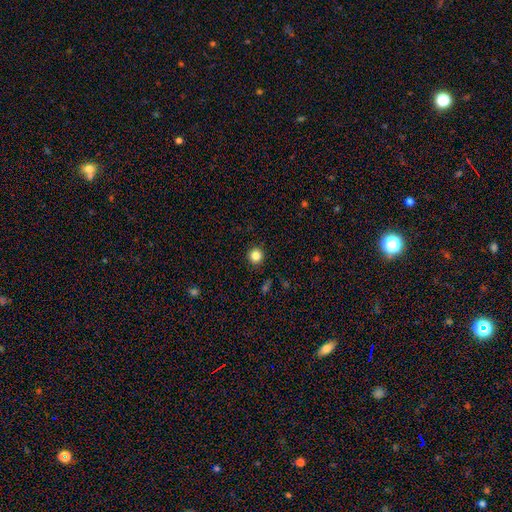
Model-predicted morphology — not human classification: smooth 84%, star or artifact 11%, featured or disk 5%. Down the decision tree: how rounded — round (94%); merging — none (92%).